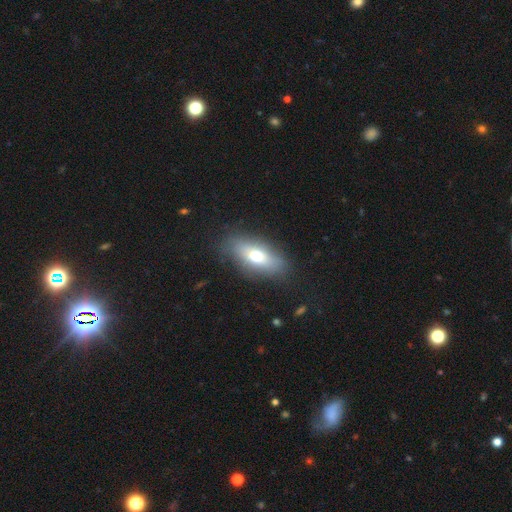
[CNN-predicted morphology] type=smooth (66%); roundness=in between (81%); merging=none (80%).